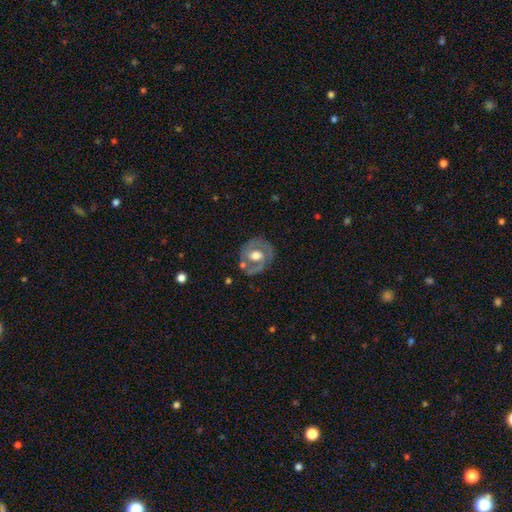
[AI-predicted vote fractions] Overall: featured or disk (66%; smooth 29%). Edge-on disk: no (96%). Bar: no (60%; weak 31%). Spiral arms: yes (54%; no 46%). Bulge size: moderate (61%; large 31%). Merging: none (69%).